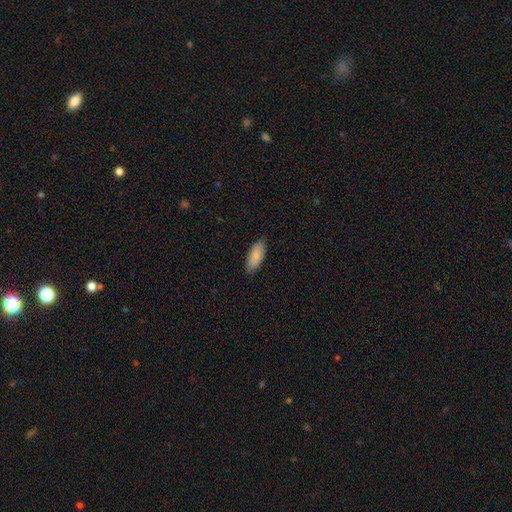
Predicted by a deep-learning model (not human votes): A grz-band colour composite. It shows a smooth galaxy with no disk features (87%) that is in between round and cigar-shaped (82%). Merging: none (87%).